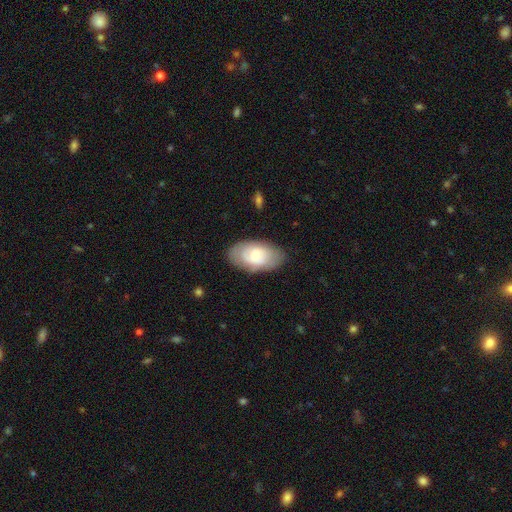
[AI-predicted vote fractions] Smooth or featured?
  - smooth: 59% *
  - featured or disk: 35%
  - star or artifact: 6%
How rounded?
  - in between: 93% *
  - round: 6%
  - cigar-shaped: 2%
Merging?
  - none: 79% *
  - minor disturbance: 16%
  - major disturbance: 4%
  - merger: 1%